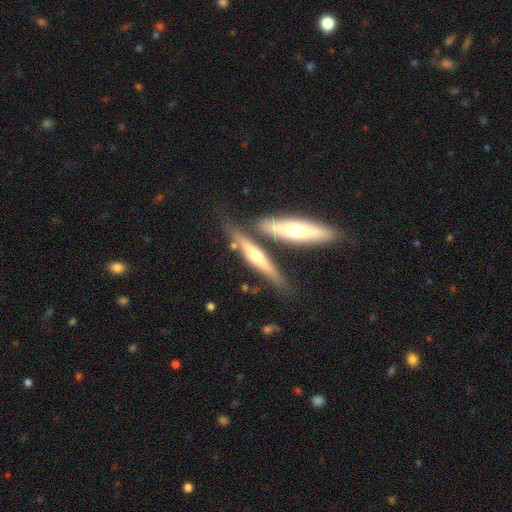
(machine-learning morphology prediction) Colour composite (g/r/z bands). It shows a featured or disk galaxy (61%) viewed edge-on (91%) with a rounded central bulge (87%). Merging: none (60%).